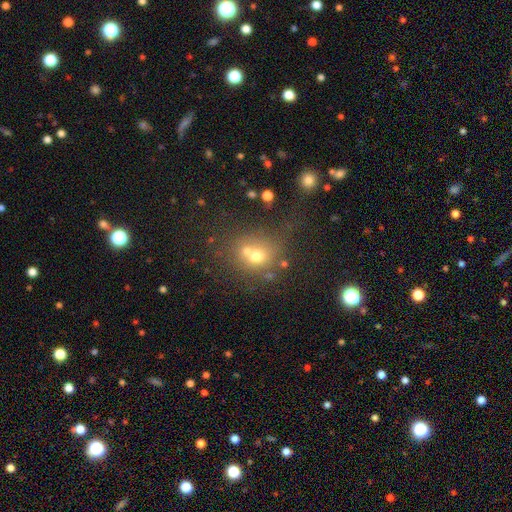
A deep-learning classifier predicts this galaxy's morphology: A smooth galaxy with no disk features (61%) that is round (75%).

Vote fractions:
- Smooth or featured? smooth: 61% / star or artifact: 20% / featured or disk: 19%
- How rounded? round: 75% / in between: 24% / cigar-shaped: 1%
- Merging? merger: 42% / none: 41% / minor disturbance: 11% / major disturbance: 7%